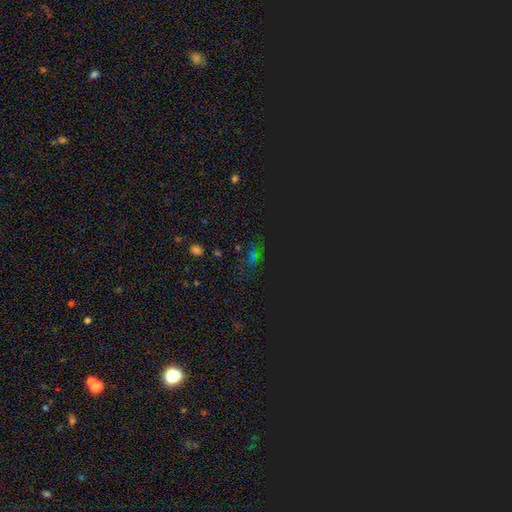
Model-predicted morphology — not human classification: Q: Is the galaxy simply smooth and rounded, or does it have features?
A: star or artifact — 61%.